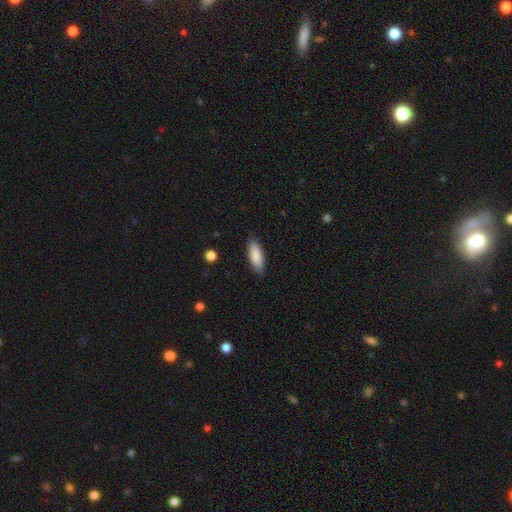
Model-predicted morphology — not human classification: Overall: smooth (88%). How rounded: in between (68%; cigar-shaped 30%). Merging: none (87%).